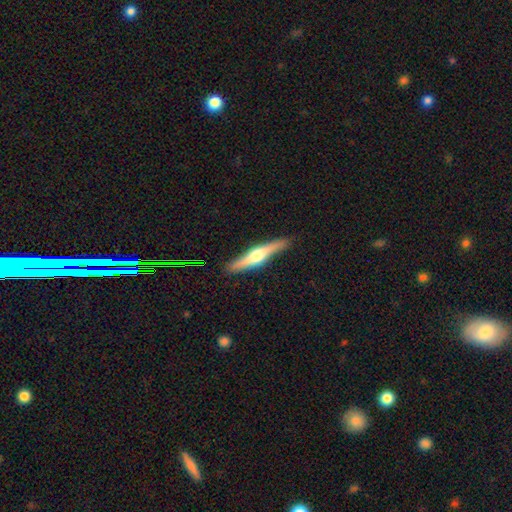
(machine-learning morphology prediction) This appears to be a featured or disk galaxy (63%) viewed edge-on (94%) with a rounded central bulge (89%). Merging: none (87%).